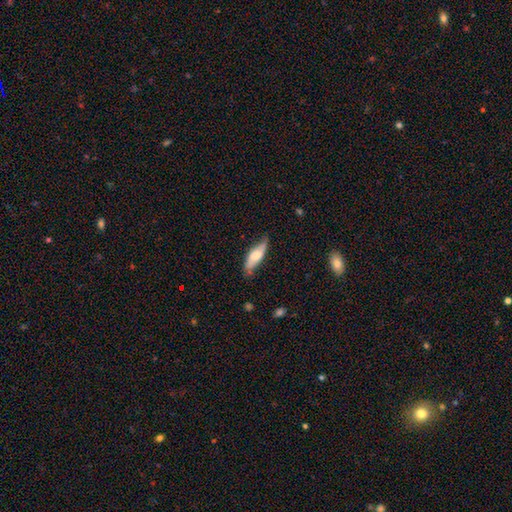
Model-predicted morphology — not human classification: Overall: smooth (59%; featured or disk 35%). How rounded: in between (55%; cigar-shaped 43%). Merging: none (64%; minor disturbance 28%).